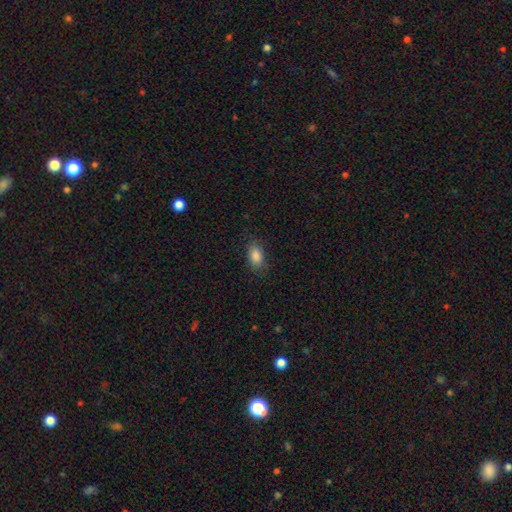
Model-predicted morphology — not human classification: smooth_or_featured: smooth (p=0.87) [alt: star or artifact p=0.08]
how_rounded: in between (p=0.89) [alt: round p=0.08]
merging: none (p=0.82) [alt: minor disturbance p=0.13]